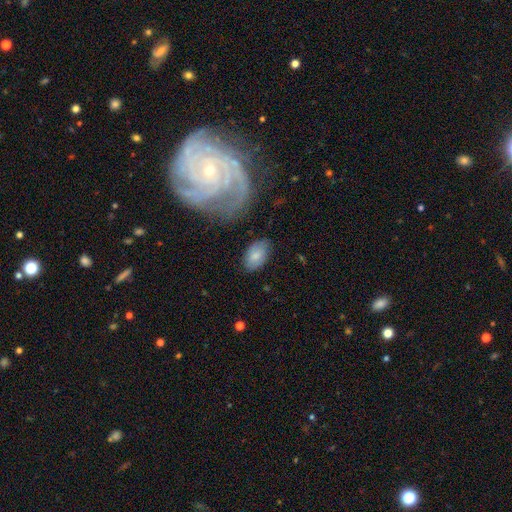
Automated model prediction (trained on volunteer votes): Overall: smooth (77%). How rounded: in between (93%). Merging: none (77%).